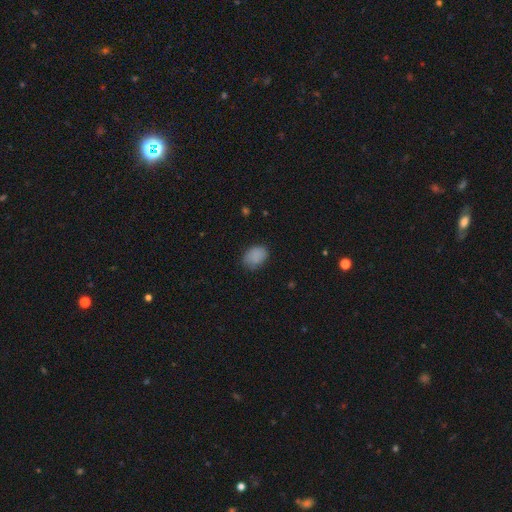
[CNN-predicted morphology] Overall: smooth (86%). How rounded: in between (74%). Merging: none (74%).